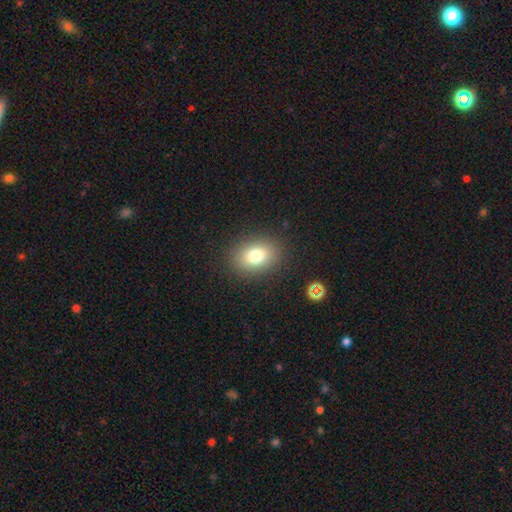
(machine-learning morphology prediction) type=smooth (78%); roundness=in between (69%); merging=none (88%).